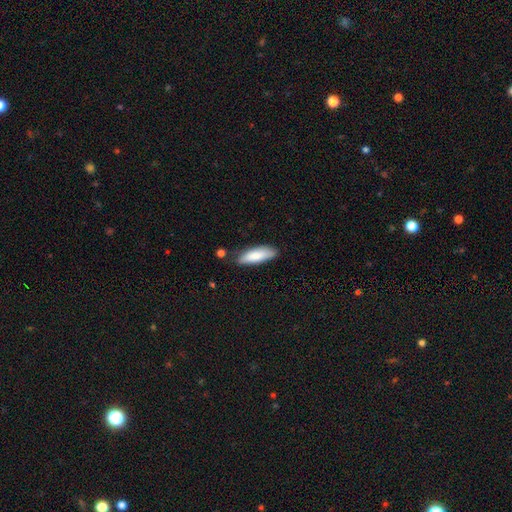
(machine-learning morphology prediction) Overall: smooth (82%). How rounded: in between (54%; cigar-shaped 45%). Merging: none (76%).